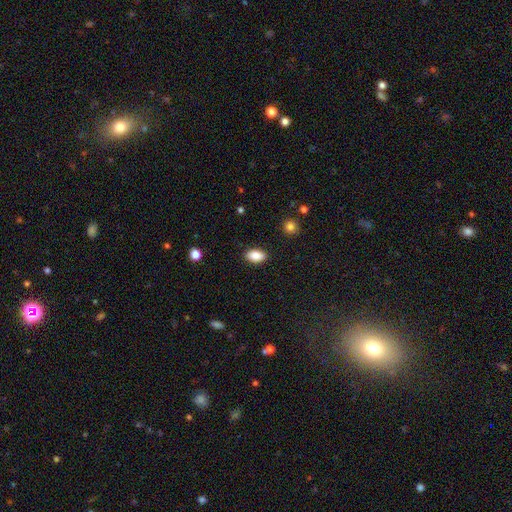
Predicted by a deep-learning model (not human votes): This appears to be a smooth galaxy with no disk features (88%) that is in between round and cigar-shaped (91%). Merging: none (88%).